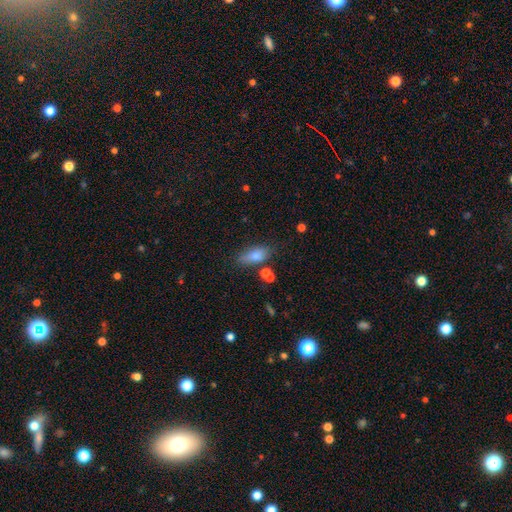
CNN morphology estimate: This appears to be a smooth galaxy with no disk features (71%) that is in between round and cigar-shaped (76%). Merging: none (72%).